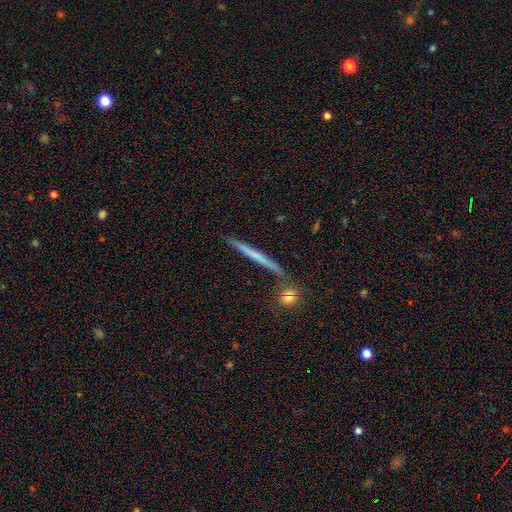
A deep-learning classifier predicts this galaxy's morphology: This appears to be a featured or disk galaxy (47%, tied with smooth). Merging: none (84%).